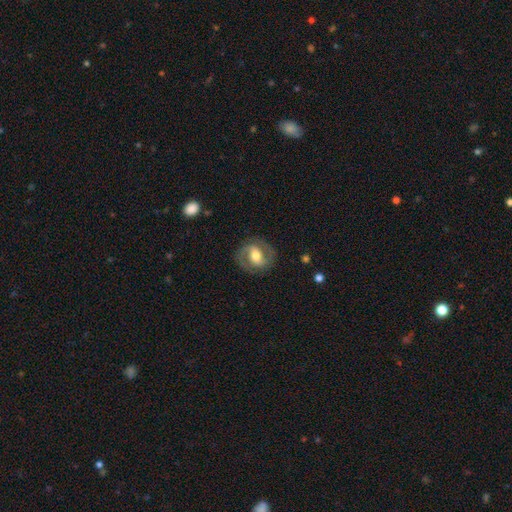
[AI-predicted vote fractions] Smooth or featured?
  - featured or disk: 73% *
  - smooth: 21%
  - star or artifact: 6%
Edge-on disk?
  - no: 96% *
  - yes: 4%
Bar?
  - weak: 40% *
  - strong: 34%
  - no: 25%
Spiral arms?
  - yes: 86% *
  - no: 14%
Spiral winding?
  - medium: 52% *
  - tight: 30%
  - loose: 18%
Spiral arm count?
  - 2: 89% *
  - can't tell: 5%
  - 1: 2%
  - 3: 1%
  - 4: 1%
  - more than 4: 1%
Bulge size?
  - moderate: 67% *
  - small: 18%
  - large: 13%
  - dominant: 1%
  - none: 1%
Merging?
  - none: 82% *
  - minor disturbance: 11%
  - major disturbance: 6%
  - merger: 1%